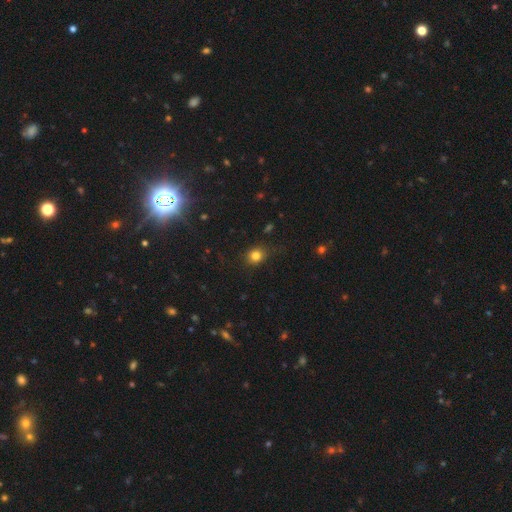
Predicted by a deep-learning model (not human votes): Smooth or featured: smooth — 80% (star or artifact — 14%)
How rounded: round — 74% (in between — 24%)
Merging: none — 79% (minor disturbance — 15%)